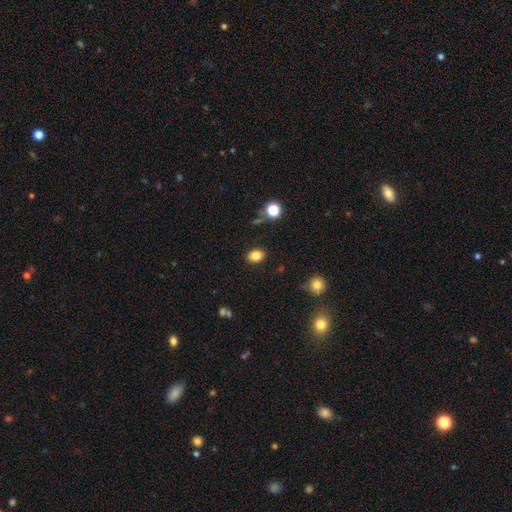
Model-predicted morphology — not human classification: Q: Smooth or featured?
A: smooth (83%); runner-up: star or artifact (11%)
Q: How rounded?
A: in between (67%); runner-up: round (32%)
Q: Merging?
A: none (87%); runner-up: minor disturbance (9%)